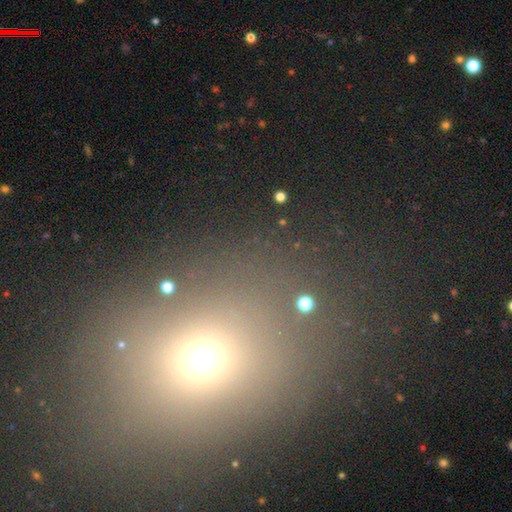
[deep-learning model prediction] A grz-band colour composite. It shows a smooth galaxy with no disk features (52%) that is round (59%). Merging: none (78%).